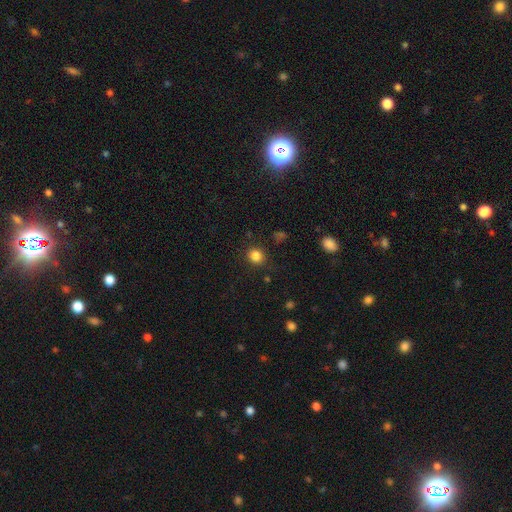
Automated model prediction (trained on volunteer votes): smooth_or_featured: smooth (p=0.83) [alt: star or artifact p=0.12]
how_rounded: round (p=0.81) [alt: in between p=0.18]
merging: none (p=0.86) [alt: minor disturbance p=0.09]